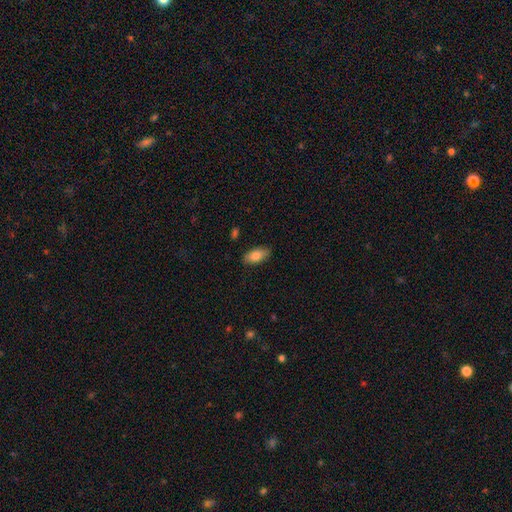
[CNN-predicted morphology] This is clearly a smooth galaxy (81%). How rounded: clearly in between (89%). Merging: clearly none (85%).